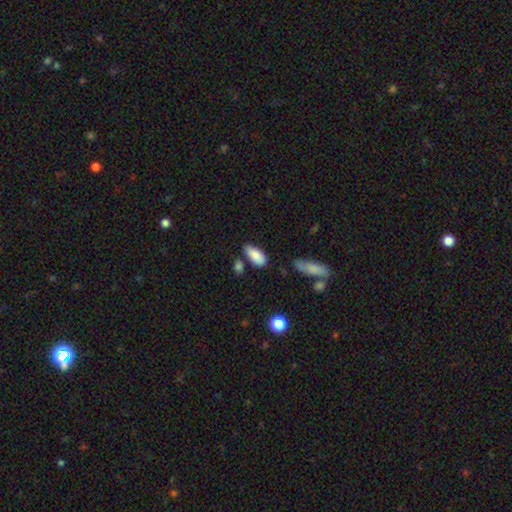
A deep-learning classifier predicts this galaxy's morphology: Smooth or featured? smooth (85%)
How rounded? in between (89%)
Merging? none (66%)